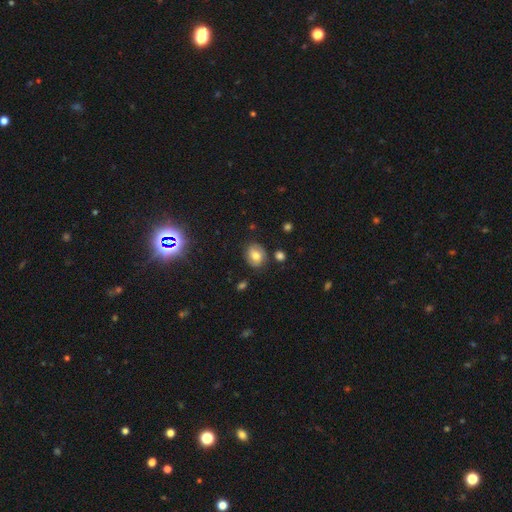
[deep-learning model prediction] A smooth galaxy with no disk features (67%) that is round (59%).

Vote fractions:
- Smooth or featured? smooth: 67% / featured or disk: 22% / star or artifact: 11%
- How rounded? round: 59% / in between: 40% / cigar-shaped: 1%
- Merging? none: 80% / minor disturbance: 13% / major disturbance: 4% / merger: 3%